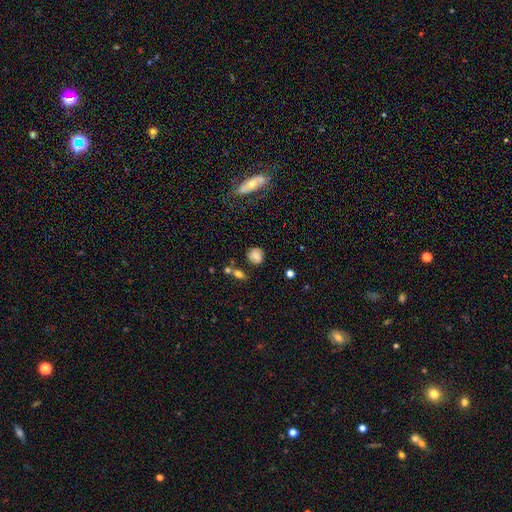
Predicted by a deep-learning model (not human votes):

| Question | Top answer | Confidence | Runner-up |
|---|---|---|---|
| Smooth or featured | smooth | 77% | featured or disk (12%) |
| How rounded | round | 77% | in between (21%) |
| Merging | none | 73% | minor disturbance (16%) |